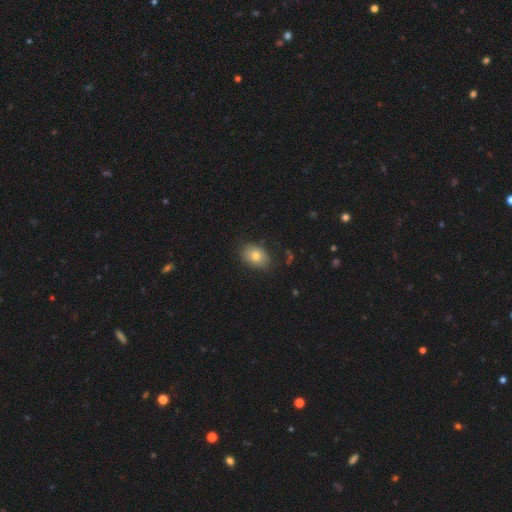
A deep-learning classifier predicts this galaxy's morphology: smooth-or-featured: smooth: 79% | featured or disk: 12% | star or artifact: 9%
  how-rounded: in between: 74% | round: 25% | cigar-shaped: 1%
  merging: none: 80% | minor disturbance: 15% | major disturbance: 3% | merger: 1%